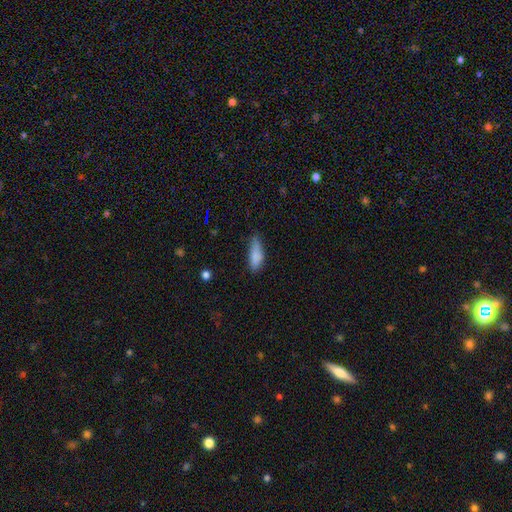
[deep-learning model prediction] This appears to be a smooth galaxy with no disk features (83%) that is in between round and cigar-shaped (62%). Merging: none (60%).